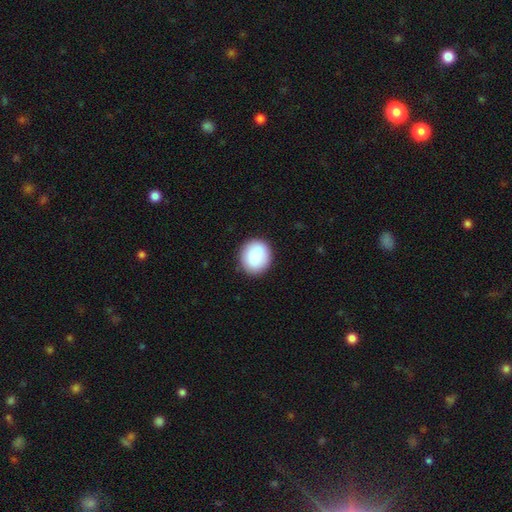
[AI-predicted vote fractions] smooth-or-featured: smooth: 88% | star or artifact: 7% | featured or disk: 6%
  how-rounded: round: 79% | in between: 20% | cigar-shaped: 1%
  merging: none: 88% | minor disturbance: 8% | major disturbance: 2% | merger: 1%